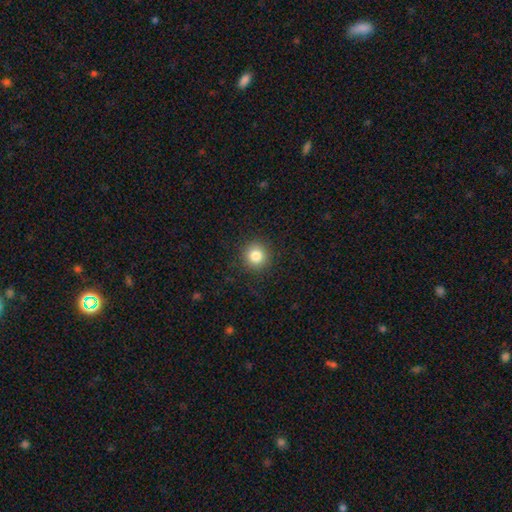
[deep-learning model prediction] Smooth or featured? Predicted: smooth (p=0.84). How rounded? Predicted: round (p=0.93). Merging? Predicted: none (p=0.91).